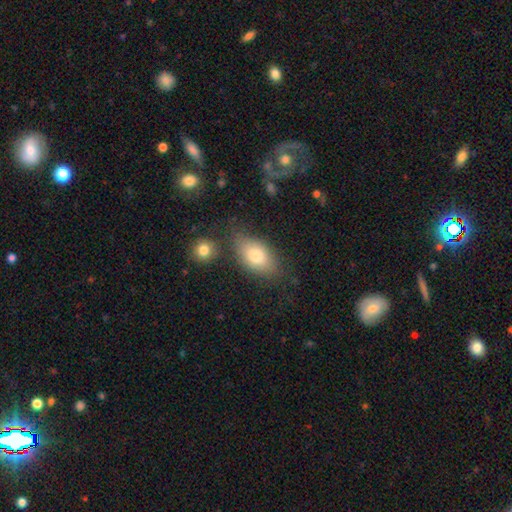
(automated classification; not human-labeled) This appears to be a smooth galaxy with no disk features (77%) that is in between round and cigar-shaped (88%). Merging: none (68%).